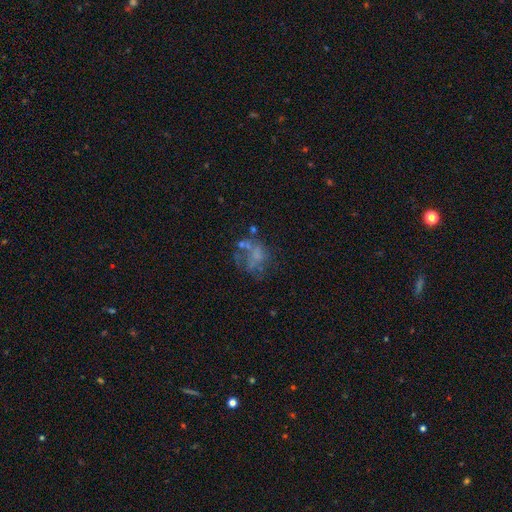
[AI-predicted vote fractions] Morphology: type=featured or disk (49%); merging=none (42%).